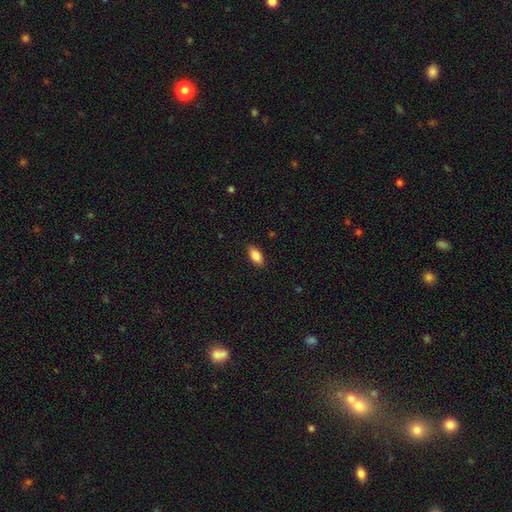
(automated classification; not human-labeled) Morphology: type=smooth (87%); roundness=in between (89%); merging=none (84%).